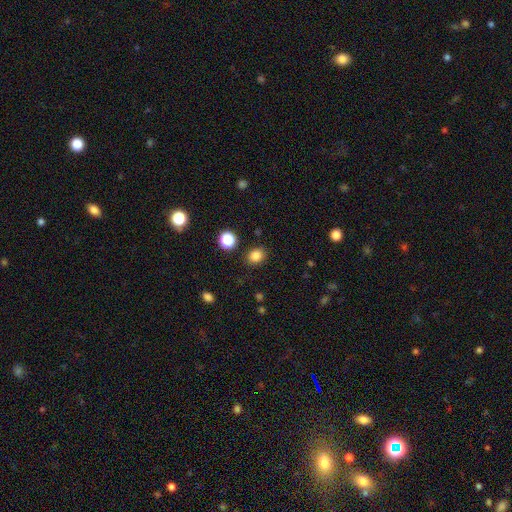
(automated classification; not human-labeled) The model was most divided on "how rounded": round: 60%, in between: 39%, cigar-shaped: 1%. More confident: merging — none (87%); smooth or featured — smooth (84%).